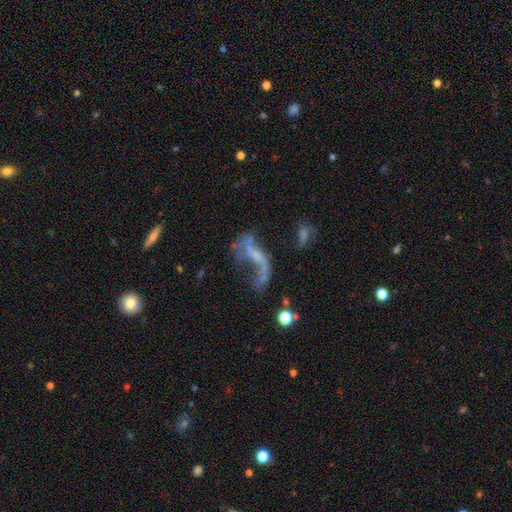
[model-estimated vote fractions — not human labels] The model was most divided on "spiral arms": yes: 56%, no: 44%. Remaining: edge-on disk — no (92%); smooth or featured — featured or disk (66%); bar — no (56%); bulge size — none (52%); merging — major disturbance (41%).